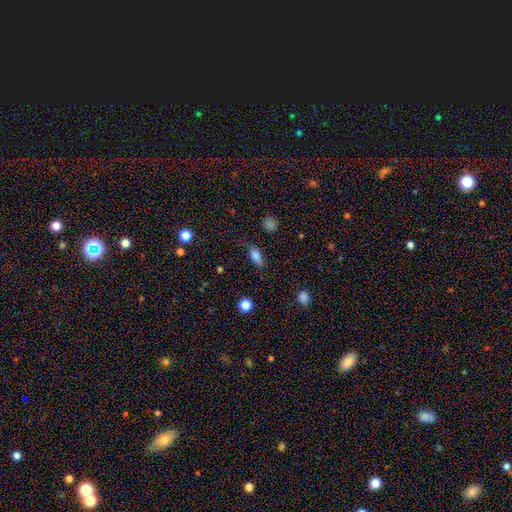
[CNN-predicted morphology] Smooth or featured?
  - smooth: 82% *
  - star or artifact: 10%
  - featured or disk: 8%
How rounded?
  - in between: 83% *
  - cigar-shaped: 10%
  - round: 7%
Merging?
  - none: 71% *
  - minor disturbance: 21%
  - major disturbance: 6%
  - merger: 2%